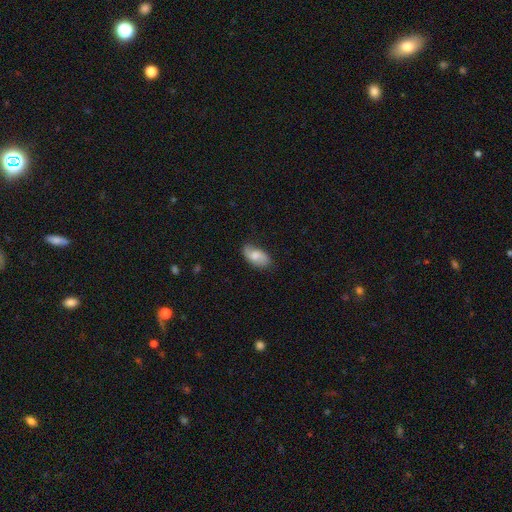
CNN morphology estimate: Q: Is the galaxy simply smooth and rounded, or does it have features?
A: smooth — 62%.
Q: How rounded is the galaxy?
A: in between — 93%.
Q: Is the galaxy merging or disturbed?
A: none — 70%.